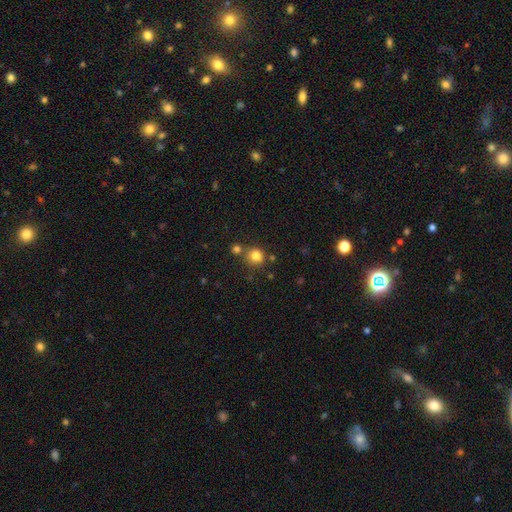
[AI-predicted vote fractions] Morphology: type=smooth (81%); roundness=round (89%); merging=none (69%).